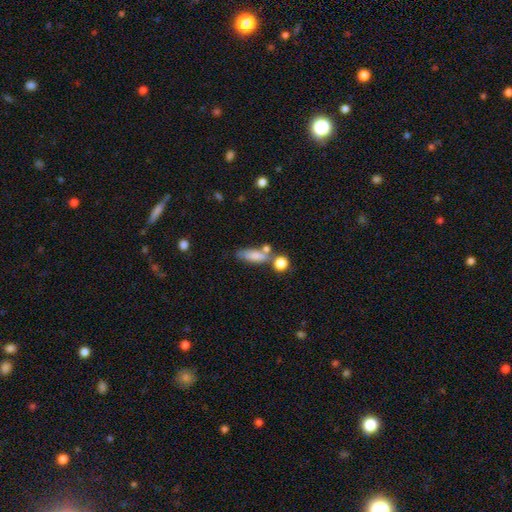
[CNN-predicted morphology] This is likely a smooth galaxy (78%). How rounded: possibly in between (60%). Merging: possibly none (51%).